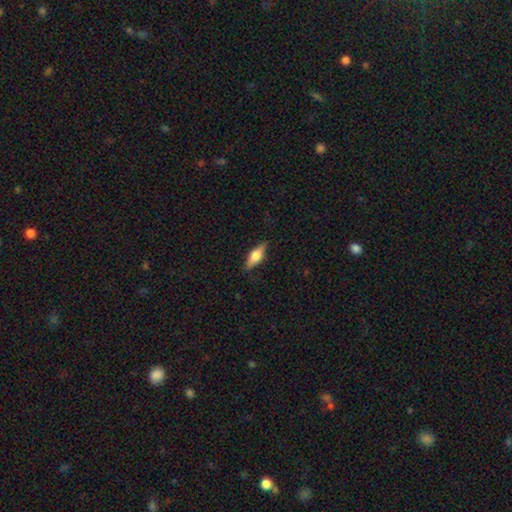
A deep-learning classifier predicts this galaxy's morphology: This appears to be a smooth galaxy with no disk features (51%) that is in between round and cigar-shaped (60%). Merging: none (84%).